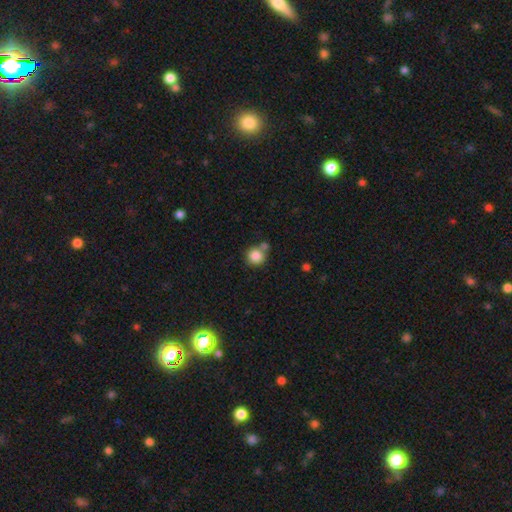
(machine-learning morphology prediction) smooth 85%, star or artifact 10%, featured or disk 5%. Down the decision tree: how rounded — round (92%); merging — none (63%).